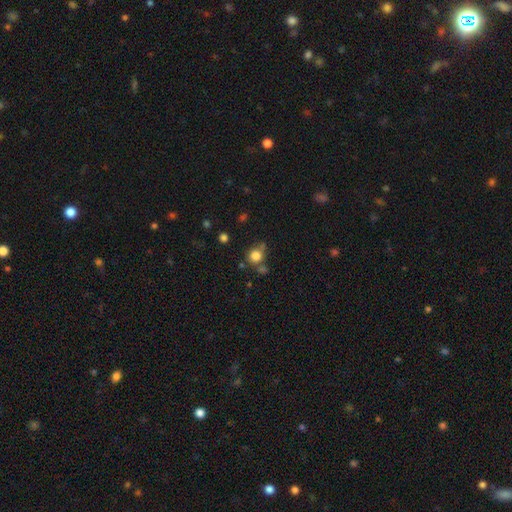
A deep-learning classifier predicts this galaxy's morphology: This is clearly a smooth galaxy (81%). How rounded: clearly round (85%). Merging: likely none (64%).